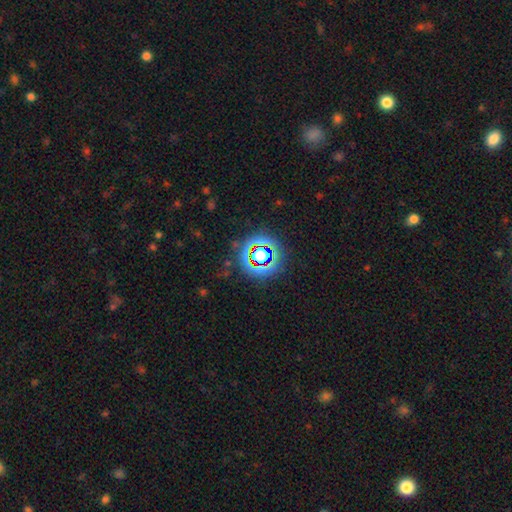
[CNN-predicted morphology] Q: Smooth or featured?
A: star or artifact (78%); runner-up: smooth (13%)